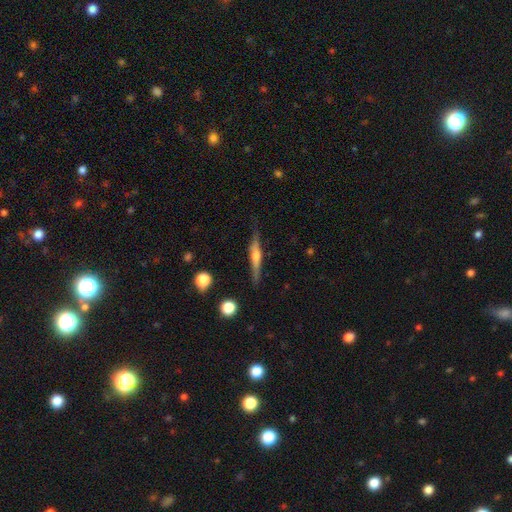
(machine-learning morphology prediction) This is likely a featured or disk galaxy (64%). It is clearly viewed edge-on (97%). Edge-on bulge: likely rounded (77%). Merging: clearly none (83%).